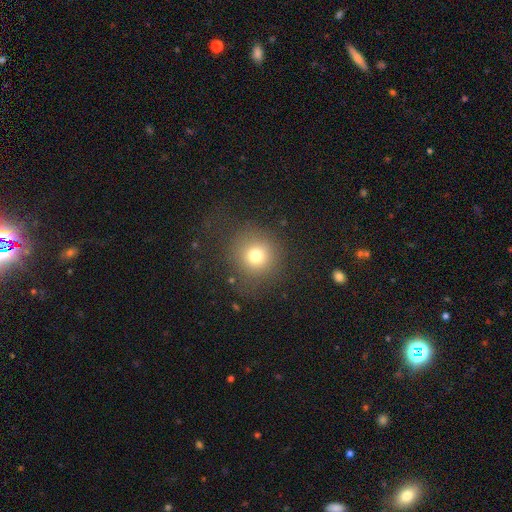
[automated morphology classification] Q: Smooth or featured?
A: smooth (74%); runner-up: star or artifact (16%)
Q: How rounded?
A: round (91%); runner-up: in between (8%)
Q: Merging?
A: none (77%); runner-up: minor disturbance (12%)